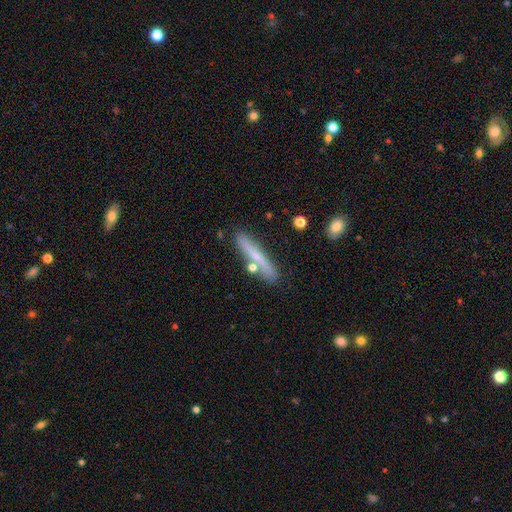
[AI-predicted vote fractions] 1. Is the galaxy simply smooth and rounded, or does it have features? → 54% smooth, 39% featured or disk, 7% star or artifact.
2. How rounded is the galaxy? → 92% cigar-shaped, 6% in between, 2% round.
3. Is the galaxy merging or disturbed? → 79% none, 12% minor disturbance, 6% merger, 3% major disturbance.